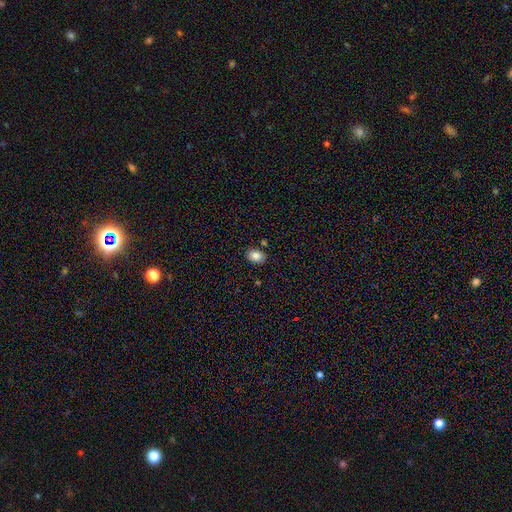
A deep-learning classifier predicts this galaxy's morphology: This appears to be a smooth galaxy with no disk features (84%) that is in between round and cigar-shaped (68%). Merging: none (84%).